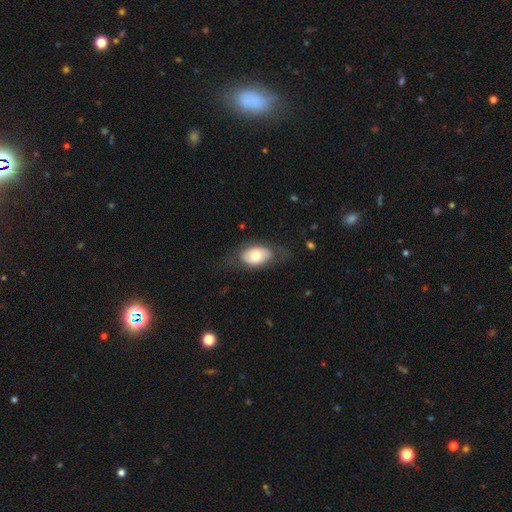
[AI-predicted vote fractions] A smooth galaxy with no disk features (63%) that is in between round and cigar-shaped (89%). Merging: none (70%).